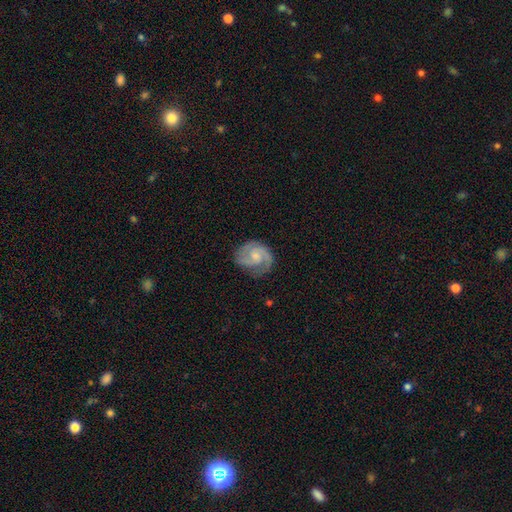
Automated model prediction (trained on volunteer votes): featured or disk 81%, smooth 13%, star or artifact 5%. Down the decision tree: edge-on disk — no (98%); bar — no (59%); spiral arms — yes (97%); spiral arm count — 2 (73%); spiral winding — medium (49%); bulge size — small (52%); merging — none (72%).